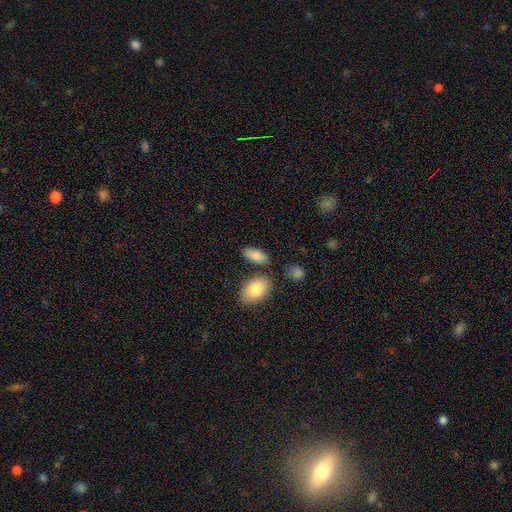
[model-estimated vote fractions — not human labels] smooth 86%, star or artifact 8%, featured or disk 7%. Down the decision tree: how rounded — in between (92%); merging — none (74%).